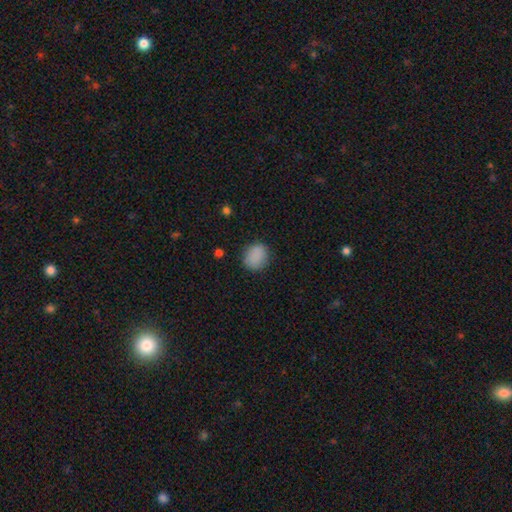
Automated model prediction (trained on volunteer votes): Morphology: type=smooth (87%); roundness=round (65%); merging=none (83%).